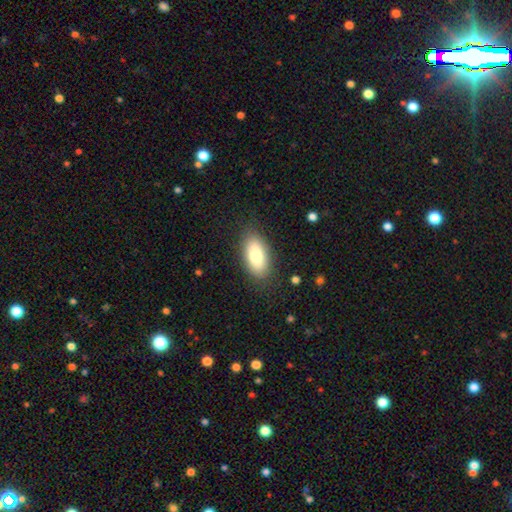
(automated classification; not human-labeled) The model was most divided on "smooth or featured": smooth: 80%, featured or disk: 13%, star or artifact: 7%. More confident: how rounded — in between (90%); merging — none (84%).